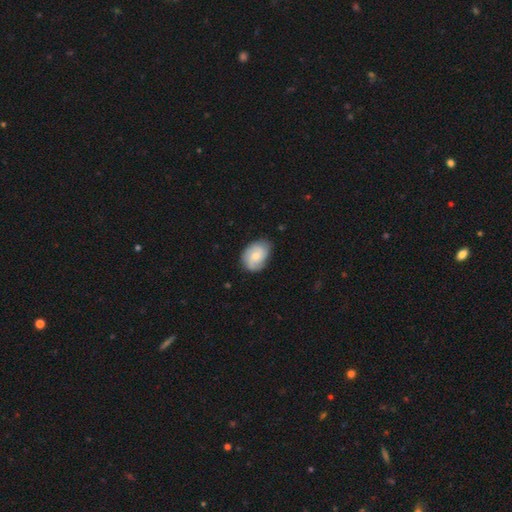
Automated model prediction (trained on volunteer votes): smooth_or_featured: smooth (p=0.49) [alt: featured or disk p=0.45]
merging: none (p=0.71) [alt: minor disturbance p=0.24]